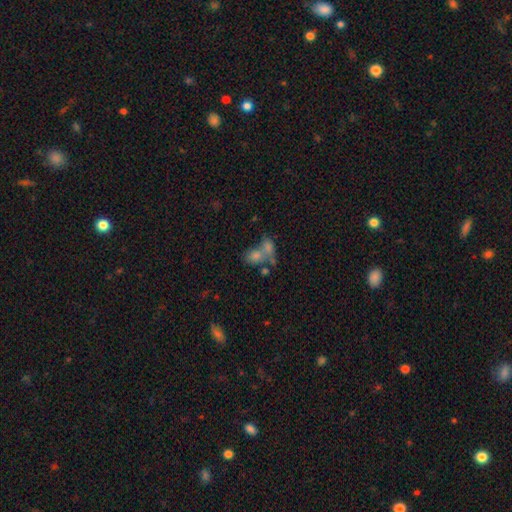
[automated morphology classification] Q: Smooth or featured?
A: smooth (72%); runner-up: featured or disk (16%)
Q: How rounded?
A: in between (72%); runner-up: round (26%)
Q: Merging?
A: merger (62%); runner-up: none (24%)